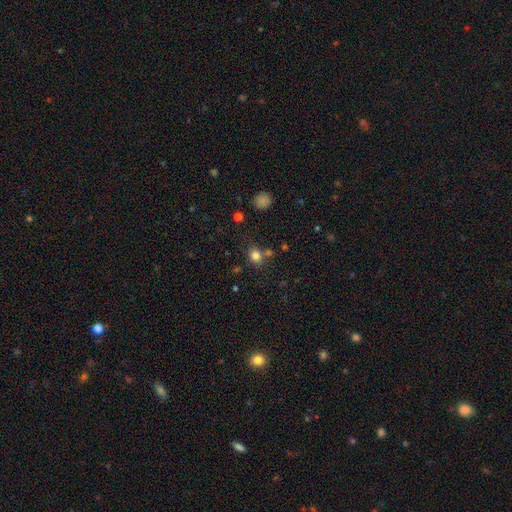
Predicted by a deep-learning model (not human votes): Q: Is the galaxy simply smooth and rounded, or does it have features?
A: smooth — 80%.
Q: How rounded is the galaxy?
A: round — 60%.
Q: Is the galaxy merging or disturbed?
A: none — 69%.